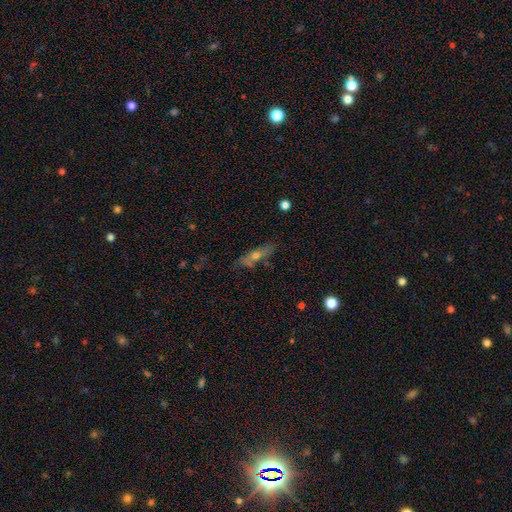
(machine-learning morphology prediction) Smooth or featured? Predicted: featured or disk (p=0.50). Merging? Predicted: none (p=0.77).